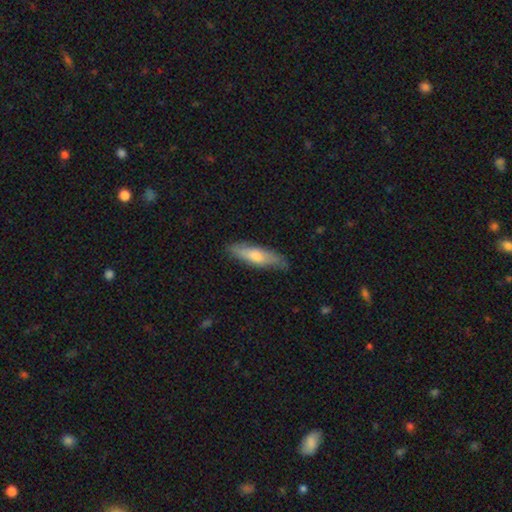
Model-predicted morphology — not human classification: smooth 53%, featured or disk 40%, star or artifact 7%. Down the decision tree: how rounded — cigar-shaped (76%); merging — none (83%).